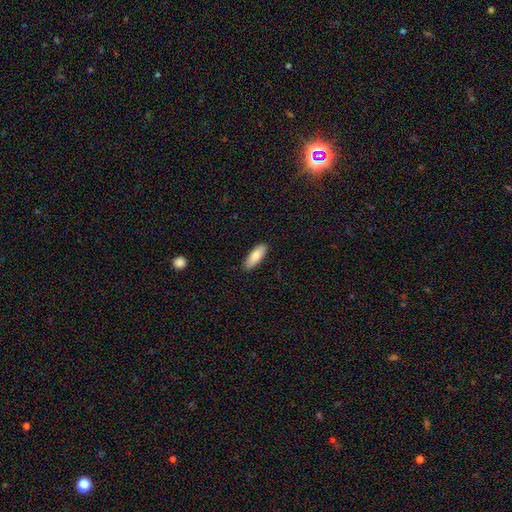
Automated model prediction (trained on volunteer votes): Smooth or featured? smooth (83%)
How rounded? in between (68%)
Merging? none (89%)